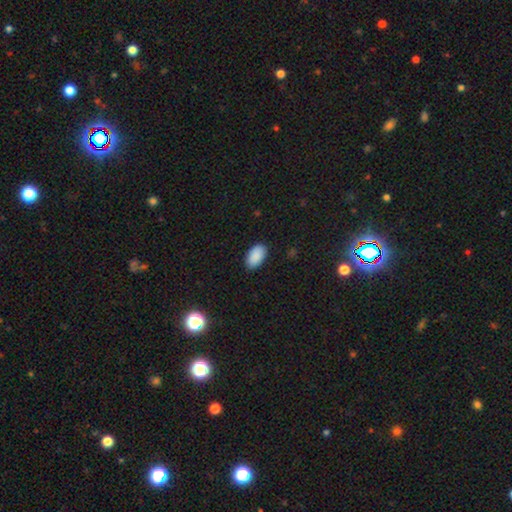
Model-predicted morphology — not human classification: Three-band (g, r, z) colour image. It shows a smooth galaxy with no disk features (90%) that is in between round and cigar-shaped (95%). Merging: none (87%).